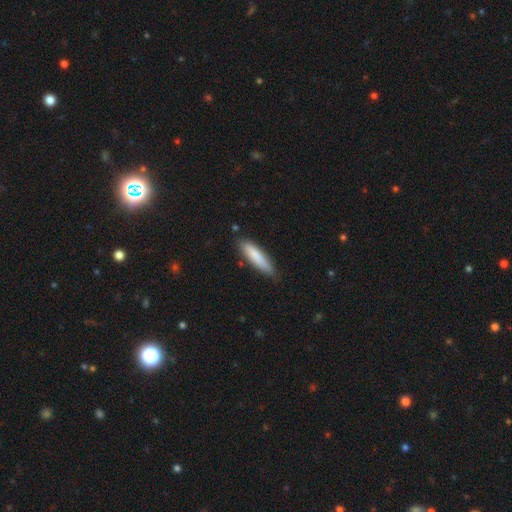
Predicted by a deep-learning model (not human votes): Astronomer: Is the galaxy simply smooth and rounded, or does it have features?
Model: smooth — 82%.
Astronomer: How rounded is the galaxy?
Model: cigar-shaped — 78%.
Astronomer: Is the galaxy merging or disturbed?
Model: none — 81%.